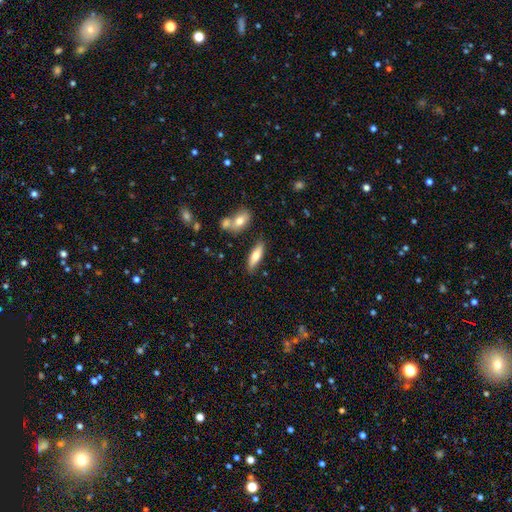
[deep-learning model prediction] Morphology: type=smooth (70%); roundness=cigar-shaped (53%); merging=none (78%).